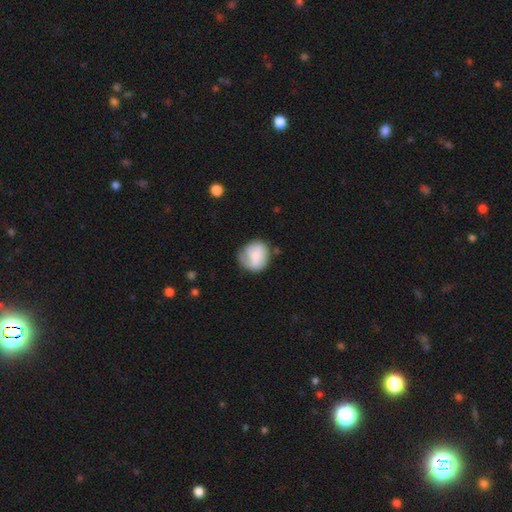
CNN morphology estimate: Q: Smooth or featured?
A: smooth (68%); runner-up: featured or disk (25%)
Q: How rounded?
A: round (78%); runner-up: in between (21%)
Q: Merging?
A: none (52%); runner-up: minor disturbance (30%)